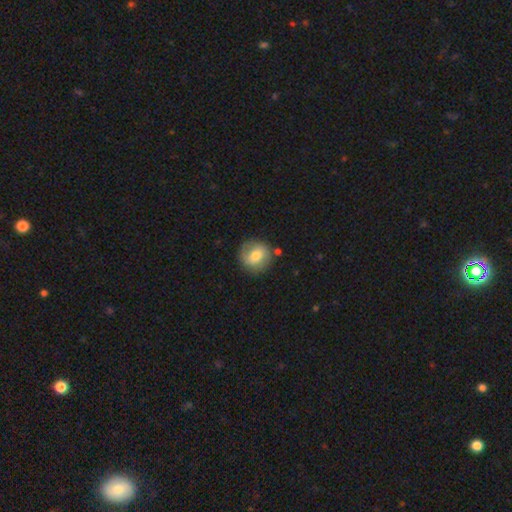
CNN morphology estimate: type=smooth (67%); roundness=round (87%); merging=none (78%).